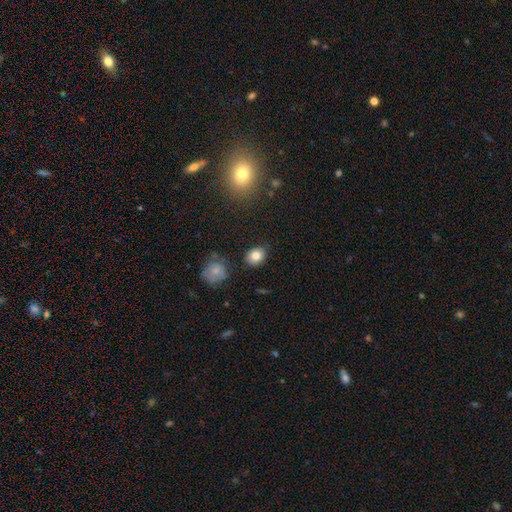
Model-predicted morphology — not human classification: Smooth or featured? Predicted: smooth (p=0.82). How rounded? Predicted: in between (p=0.55). Merging? Predicted: none (p=0.84).